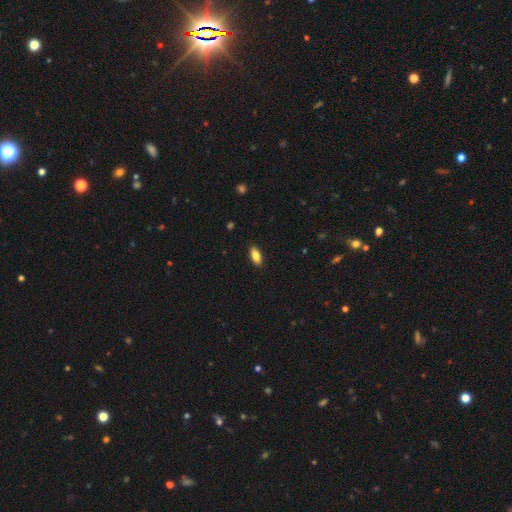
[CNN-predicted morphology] smooth 85%, featured or disk 8%, star or artifact 7%. Down the decision tree: how rounded — in between (86%); merging — none (89%).